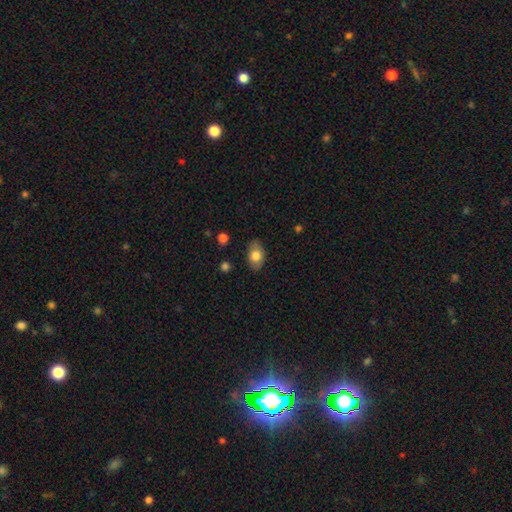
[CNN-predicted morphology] This is likely a smooth galaxy (77%). How rounded: clearly in between (89%). Merging: clearly none (83%).